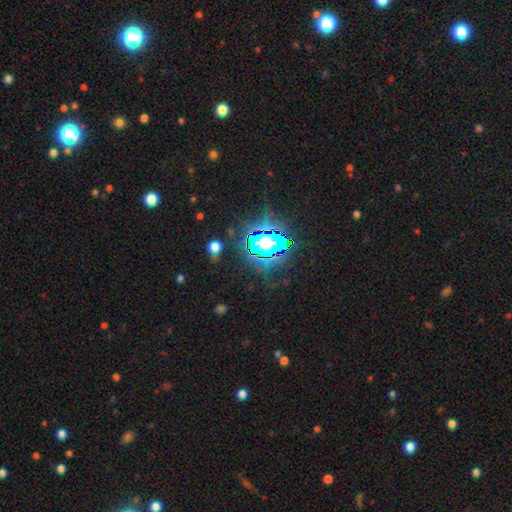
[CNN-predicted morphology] This appears to be a star or artifact, not a galaxy (84%).